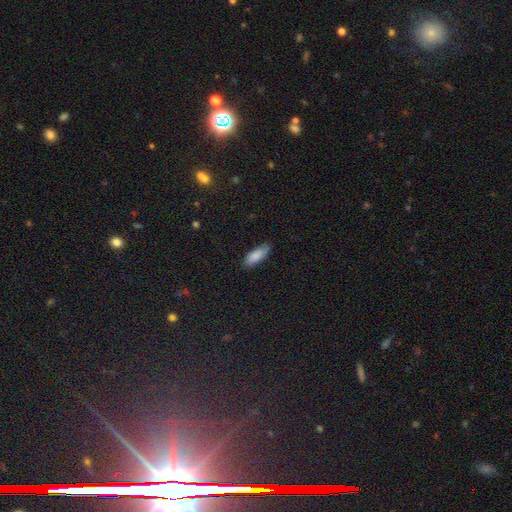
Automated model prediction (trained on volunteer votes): Smooth or featured?
  - smooth: 86% *
  - featured or disk: 8%
  - star or artifact: 6%
How rounded?
  - in between: 69% *
  - cigar-shaped: 30%
  - round: 2%
Merging?
  - none: 77% *
  - minor disturbance: 19%
  - major disturbance: 3%
  - merger: 1%